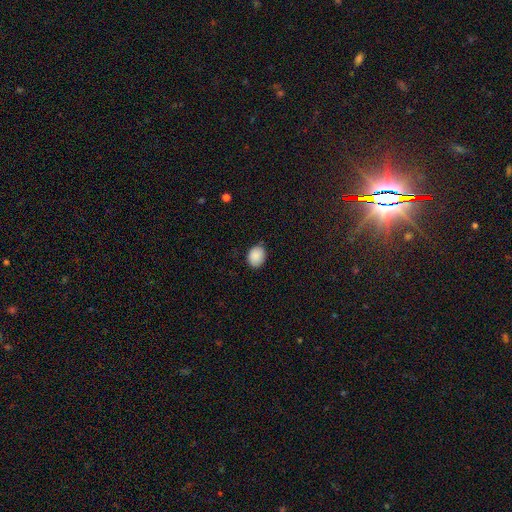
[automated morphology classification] smooth-or-featured: smooth: 88% | star or artifact: 8% | featured or disk: 4%
  how-rounded: round: 54% | in between: 45% | cigar-shaped: 1%
  merging: none: 77% | minor disturbance: 19% | major disturbance: 3% | merger: 1%